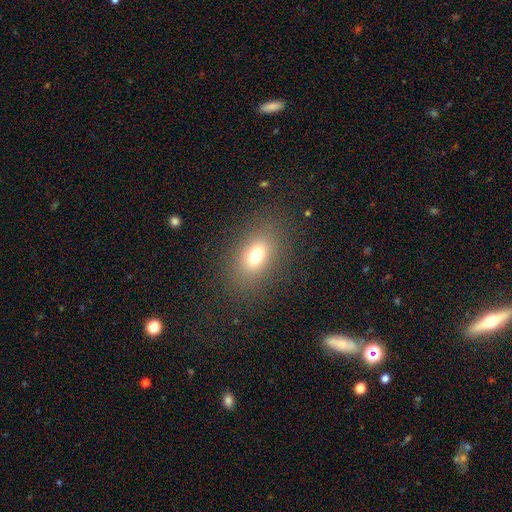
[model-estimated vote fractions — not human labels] The model was most divided on "smooth or featured": smooth: 72%, featured or disk: 14%, star or artifact: 14%. More confident: merging — none (84%); how rounded — in between (79%).